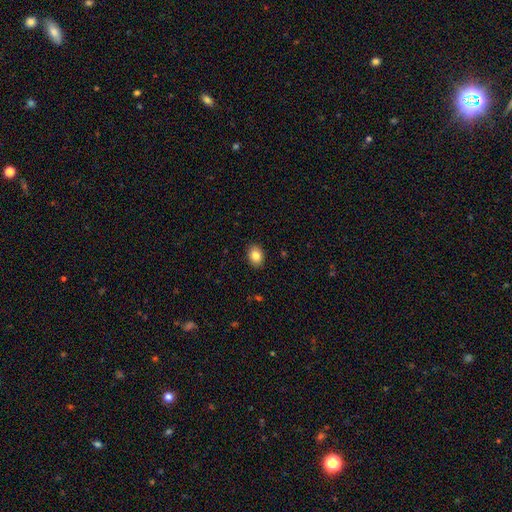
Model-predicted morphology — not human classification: Smooth or featured? smooth (84%)
How rounded? in between (68%)
Merging? none (90%)